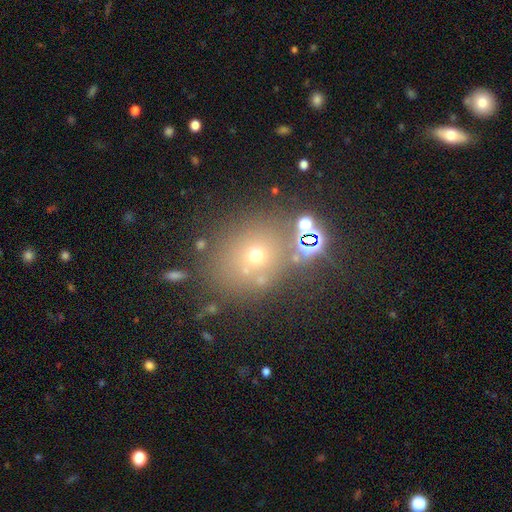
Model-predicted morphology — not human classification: Smooth or featured?
  - smooth: 53% *
  - star or artifact: 31%
  - featured or disk: 16%
How rounded?
  - round: 71% *
  - in between: 28%
  - cigar-shaped: 1%
Merging?
  - none: 67% *
  - merger: 14%
  - minor disturbance: 12%
  - major disturbance: 6%